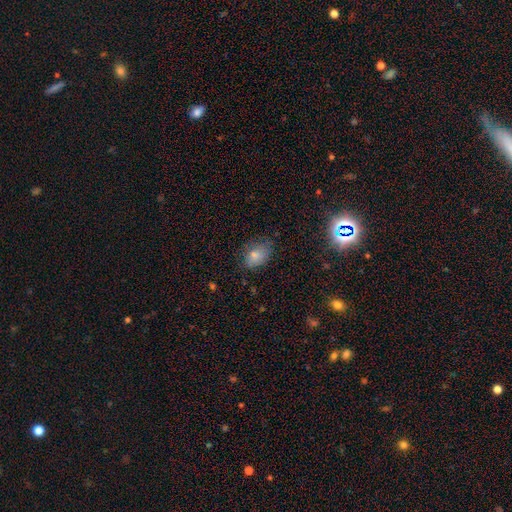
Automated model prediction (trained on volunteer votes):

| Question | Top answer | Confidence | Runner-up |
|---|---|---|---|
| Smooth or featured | smooth | 80% | featured or disk (10%) |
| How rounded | in between | 82% | round (17%) |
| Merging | none | 62% | minor disturbance (28%) |